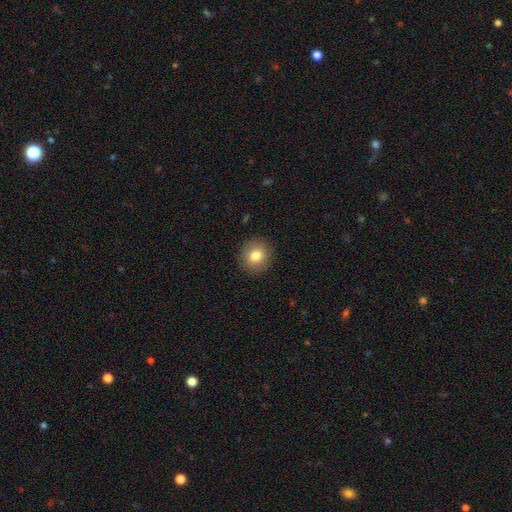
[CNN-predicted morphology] Smooth or featured? Predicted: smooth (p=0.81). How rounded? Predicted: round (p=0.89). Merging? Predicted: none (p=0.90).